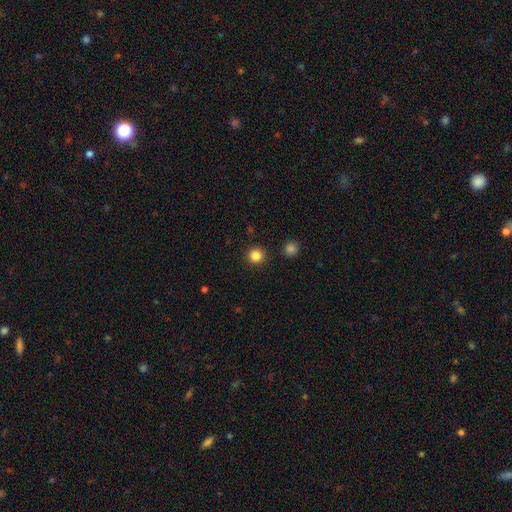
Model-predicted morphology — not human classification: Smooth or featured?
  - smooth: 85% *
  - star or artifact: 11%
  - featured or disk: 4%
How rounded?
  - round: 95% *
  - in between: 4%
  - cigar-shaped: 1%
Merging?
  - none: 92% *
  - minor disturbance: 5%
  - major disturbance: 2%
  - merger: 2%